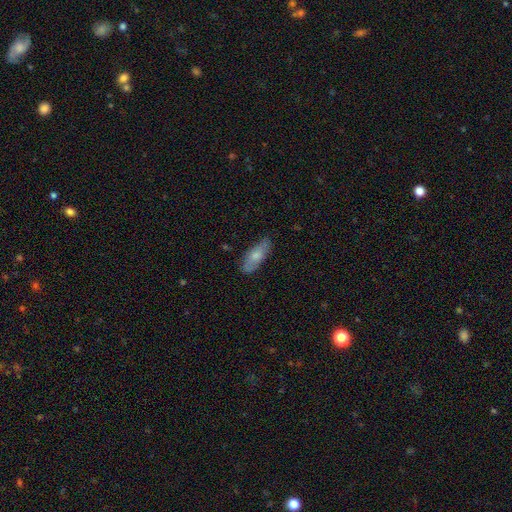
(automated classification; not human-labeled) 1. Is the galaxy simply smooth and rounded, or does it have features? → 70% smooth, 24% featured or disk, 6% star or artifact.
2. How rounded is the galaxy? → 73% in between, 25% cigar-shaped, 2% round.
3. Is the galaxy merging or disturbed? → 76% none, 19% minor disturbance, 4% major disturbance, 1% merger.